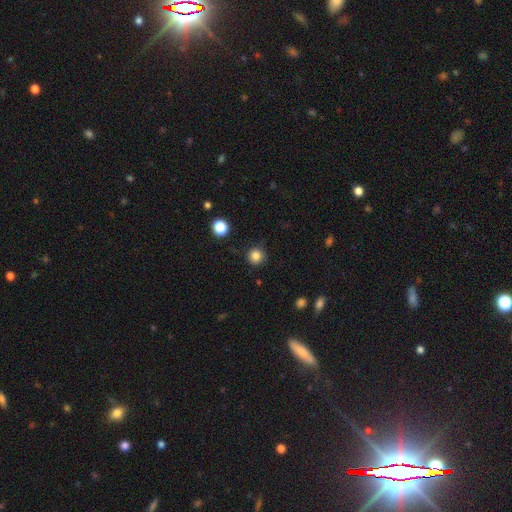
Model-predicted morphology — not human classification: A smooth galaxy with no disk features (84%) that is round (94%). Merging: none (88%).